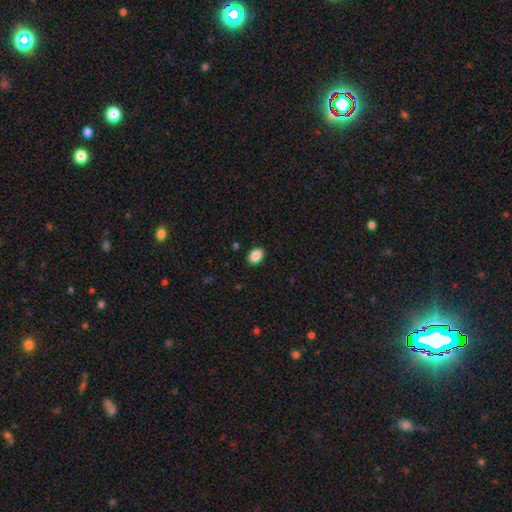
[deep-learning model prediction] smooth_or_featured: smooth (p=0.88) [alt: star or artifact p=0.08]
how_rounded: in between (p=0.71) [alt: round p=0.29]
merging: none (p=0.89) [alt: minor disturbance p=0.08]